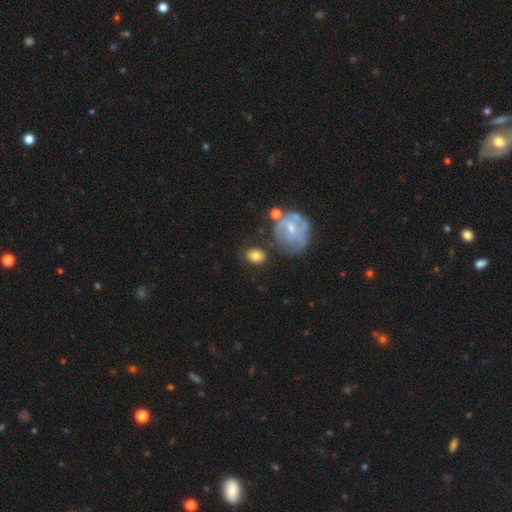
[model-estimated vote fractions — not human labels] Smooth or featured? smooth (71%)
How rounded? in between (55%)
Merging? none (70%)